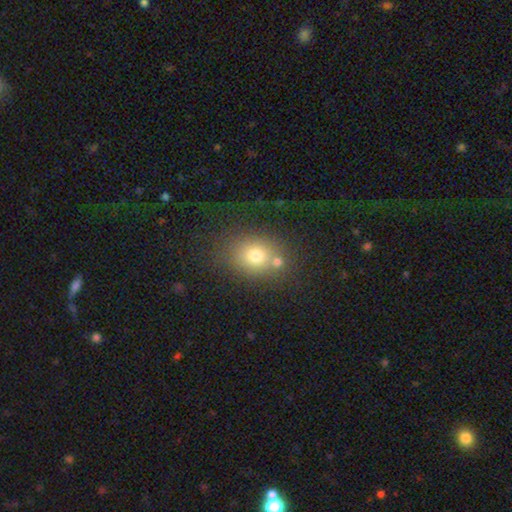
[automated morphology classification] Smooth or featured?
  - smooth: 73% *
  - star or artifact: 14%
  - featured or disk: 13%
How rounded?
  - round: 54% *
  - in between: 45%
  - cigar-shaped: 1%
Merging?
  - none: 63% *
  - merger: 20%
  - minor disturbance: 12%
  - major disturbance: 5%